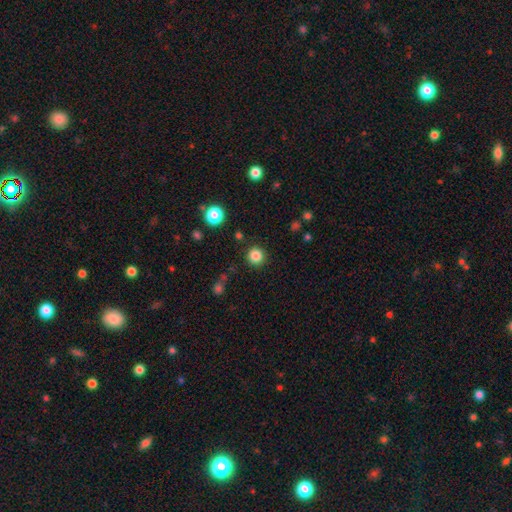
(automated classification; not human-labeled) Overall: smooth (84%). How rounded: round (94%). Merging: none (89%).